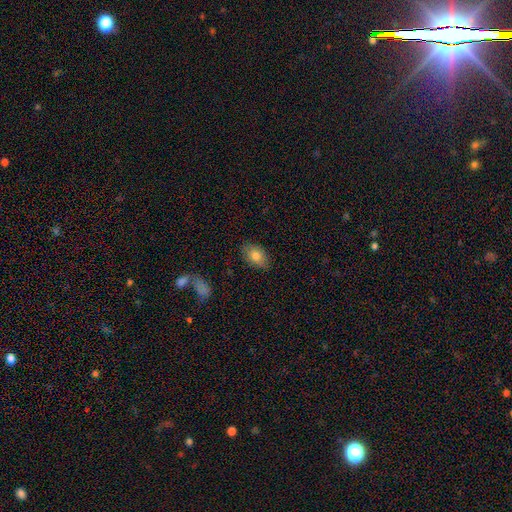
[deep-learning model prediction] This is likely a smooth galaxy (79%). How rounded: clearly in between (88%). Merging: clearly none (84%).